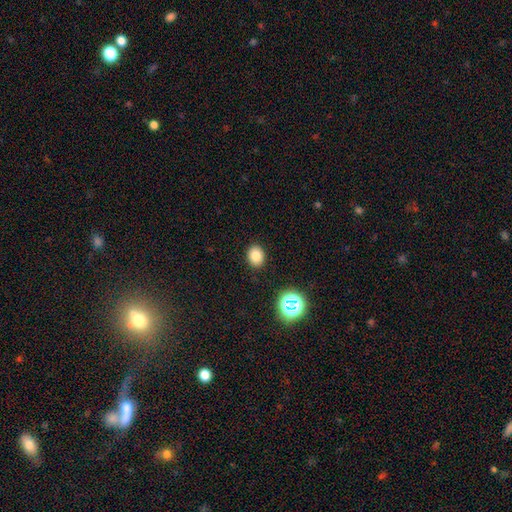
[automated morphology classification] Smooth or featured?
  - smooth: 79% *
  - star or artifact: 14%
  - featured or disk: 7%
How rounded?
  - in between: 55% *
  - round: 44%
  - cigar-shaped: 1%
Merging?
  - none: 89% *
  - minor disturbance: 7%
  - major disturbance: 2%
  - merger: 1%